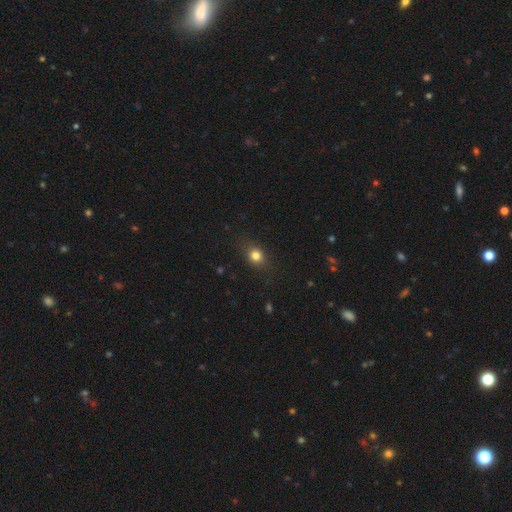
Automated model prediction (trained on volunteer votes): Morphology: type=smooth (79%); roundness=round (61%); merging=none (83%).